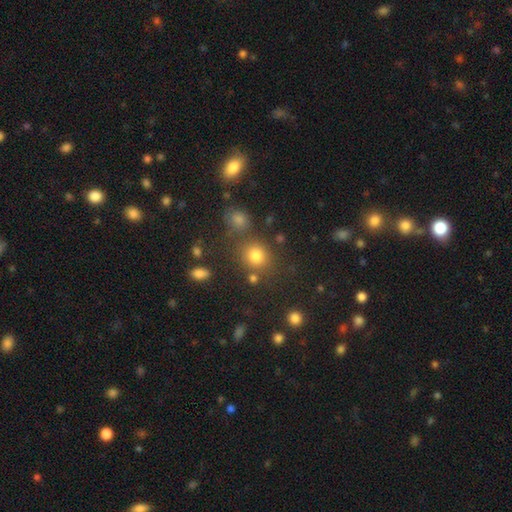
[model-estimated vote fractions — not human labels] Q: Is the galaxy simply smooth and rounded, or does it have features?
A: smooth — 77%.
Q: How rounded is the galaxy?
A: round — 81%.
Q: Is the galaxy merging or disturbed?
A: none — 73%.